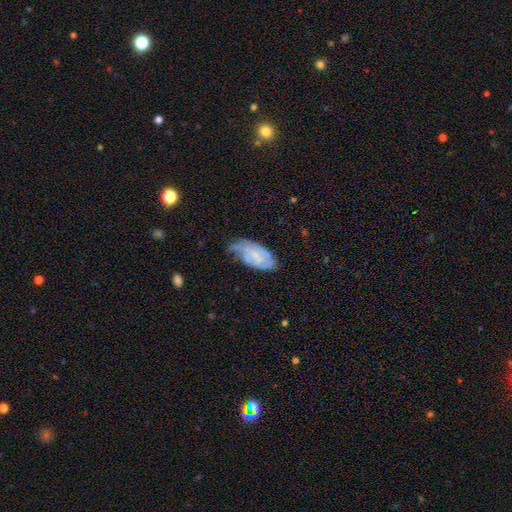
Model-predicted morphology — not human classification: This appears to be a featured or disk galaxy (53%). Merging: minor disturbance (40%).